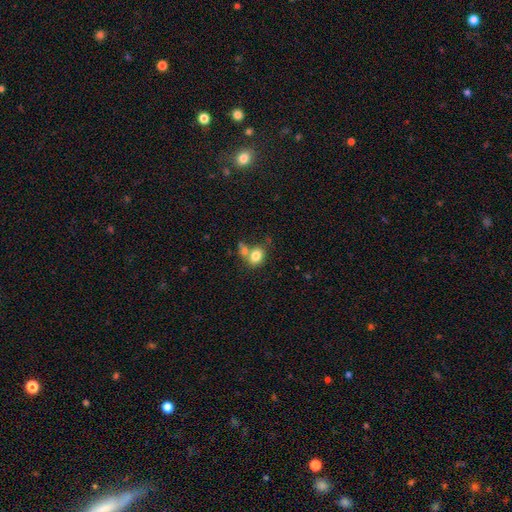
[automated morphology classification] Q: Smooth or featured?
A: smooth (80%); runner-up: featured or disk (10%)
Q: How rounded?
A: in between (59%); runner-up: round (39%)
Q: Merging?
A: none (45%); runner-up: merger (37%)